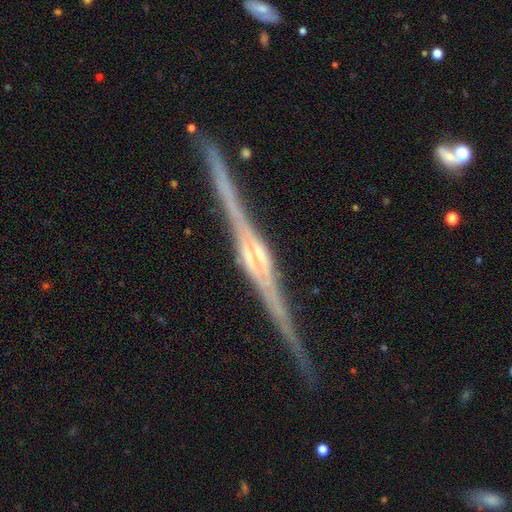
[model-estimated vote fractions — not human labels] Smooth or featured: featured or disk — 90% (star or artifact — 6%)
Edge-on disk: yes — 98% (no — 2%)
Edge-on bulge: rounded — 49% (boxy — 40%)
Merging: none — 90% (minor disturbance — 7%)